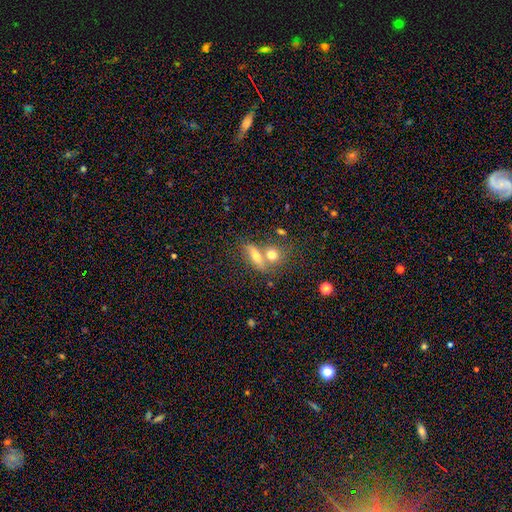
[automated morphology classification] This is likely a smooth galaxy (64%). How rounded: possibly in between (58%). Merging: marginally merger (43%, tied with none).